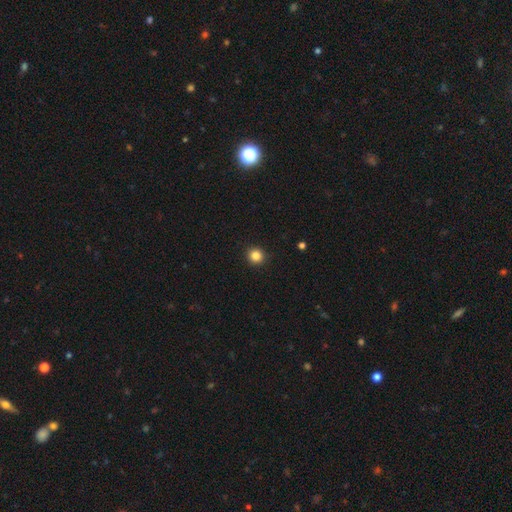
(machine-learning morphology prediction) Smooth or featured? smooth (84%)
How rounded? round (94%)
Merging? none (93%)